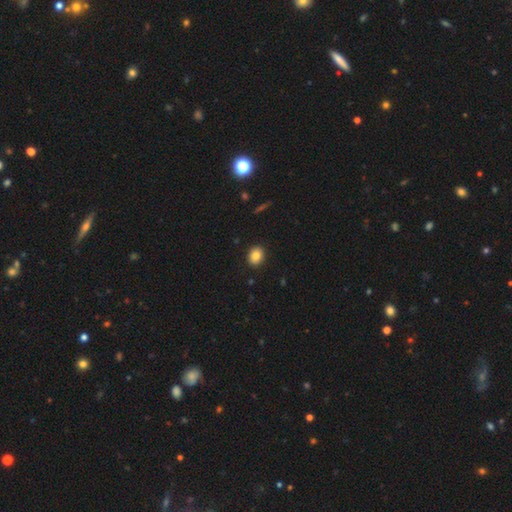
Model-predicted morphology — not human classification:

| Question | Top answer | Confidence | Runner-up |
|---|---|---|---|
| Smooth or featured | smooth | 84% | star or artifact (9%) |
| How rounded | in between | 54% | round (45%) |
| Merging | none | 90% | minor disturbance (7%) |